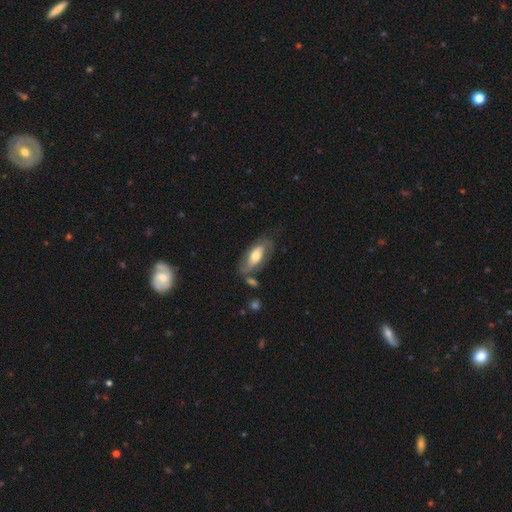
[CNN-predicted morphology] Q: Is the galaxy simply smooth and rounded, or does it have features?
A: featured or disk — 47%, tied with smooth.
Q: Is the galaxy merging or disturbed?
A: none — 59%.